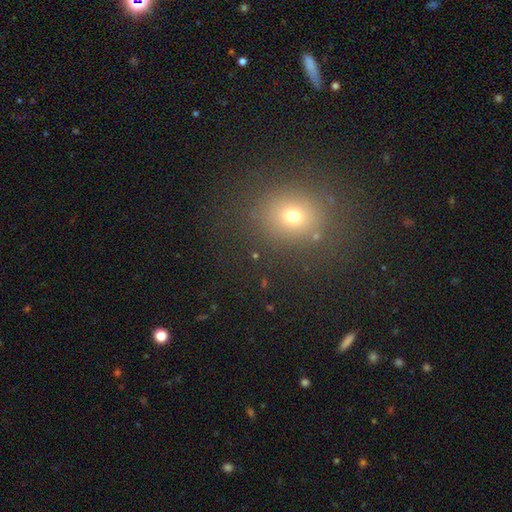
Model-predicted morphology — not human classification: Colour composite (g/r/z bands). It shows a smooth galaxy with no disk features (65%) that is round (70%). Merging: none (82%).